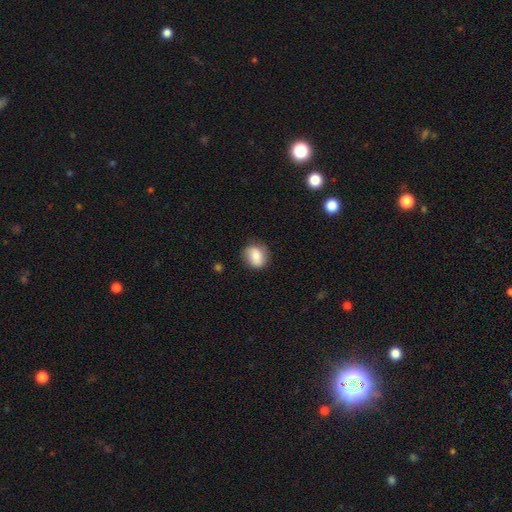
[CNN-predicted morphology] Overall: smooth (77%). How rounded: round (60%; in between 39%). Merging: none (77%).